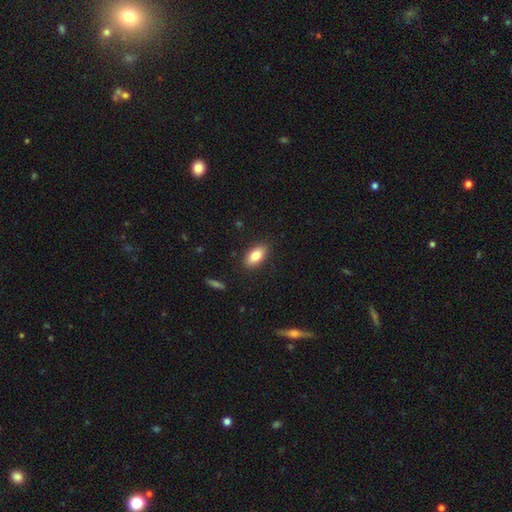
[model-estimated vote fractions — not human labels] Smooth or featured: smooth — 83% (featured or disk — 10%)
How rounded: in between — 90% (cigar-shaped — 6%)
Merging: none — 87% (minor disturbance — 9%)